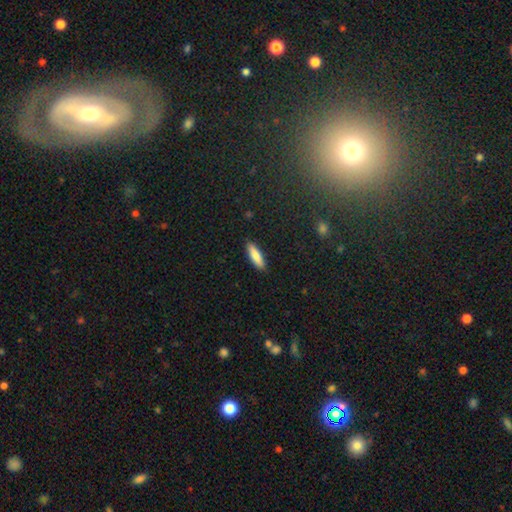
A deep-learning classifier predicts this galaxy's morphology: This appears to be a smooth galaxy with no disk features (83%) that is cigar-shaped (63%). Merging: none (90%).